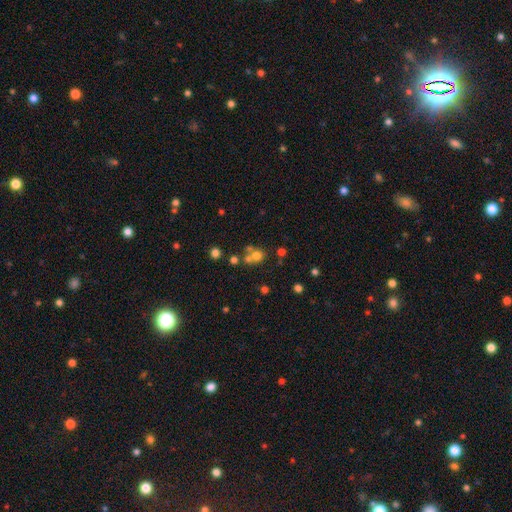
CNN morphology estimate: Overall: smooth (64%). How rounded: round (80%). Merging: none (47%; merger 40%).